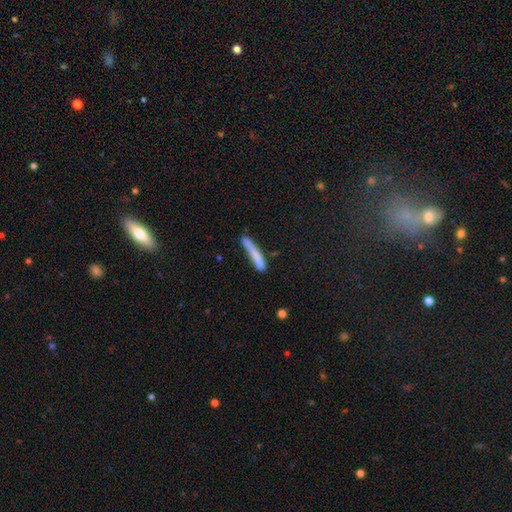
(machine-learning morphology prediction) This appears to be a smooth galaxy with no disk features (71%) that is cigar-shaped (95%). Merging: none (62%).